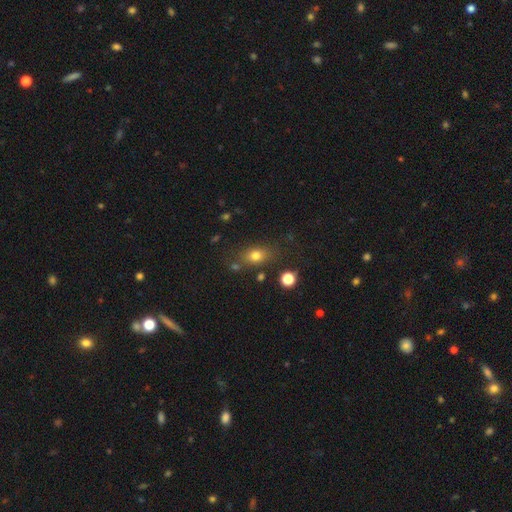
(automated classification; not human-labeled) smooth-or-featured: smooth: 75% | star or artifact: 14% | featured or disk: 12%
  how-rounded: in between: 66% | round: 29% | cigar-shaped: 5%
  merging: none: 73% | minor disturbance: 15% | merger: 7% | major disturbance: 6%